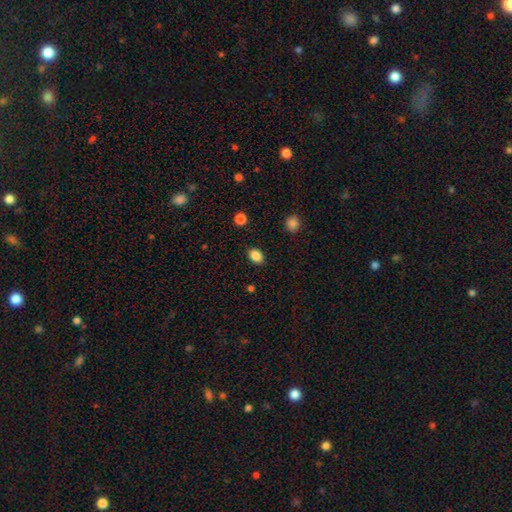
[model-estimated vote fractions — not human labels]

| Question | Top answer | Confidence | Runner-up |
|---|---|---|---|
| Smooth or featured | smooth | 86% | star or artifact (10%) |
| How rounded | in between | 71% | round (28%) |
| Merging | none | 87% | minor disturbance (9%) |